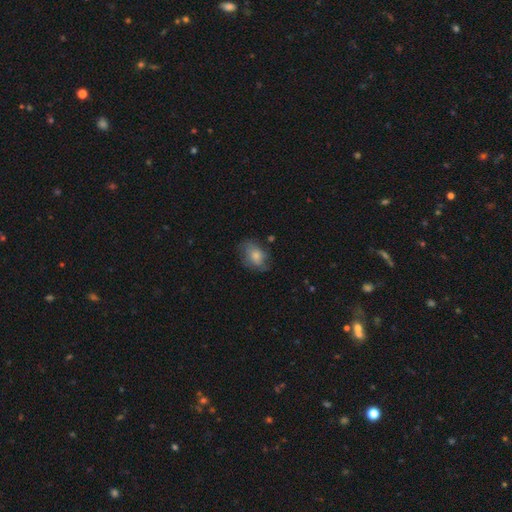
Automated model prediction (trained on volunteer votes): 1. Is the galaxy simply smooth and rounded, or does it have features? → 69% smooth, 23% featured or disk, 8% star or artifact.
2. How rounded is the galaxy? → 73% in between, 26% round, 1% cigar-shaped.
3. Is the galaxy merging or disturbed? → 60% none, 27% minor disturbance, 11% major disturbance, 2% merger.